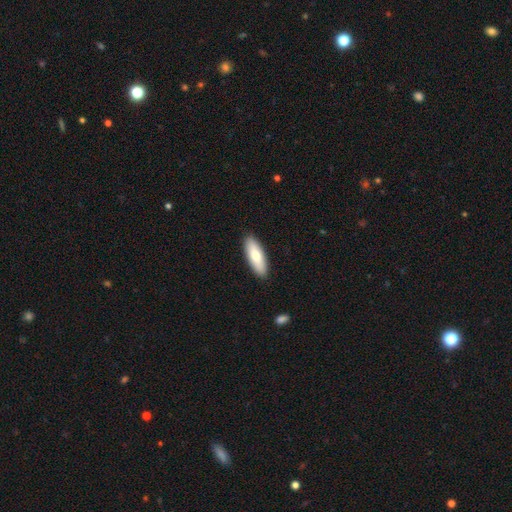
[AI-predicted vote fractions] Q: Smooth or featured?
A: smooth (72%); runner-up: featured or disk (23%)
Q: How rounded?
A: in between (61%); runner-up: cigar-shaped (37%)
Q: Merging?
A: none (91%); runner-up: minor disturbance (7%)